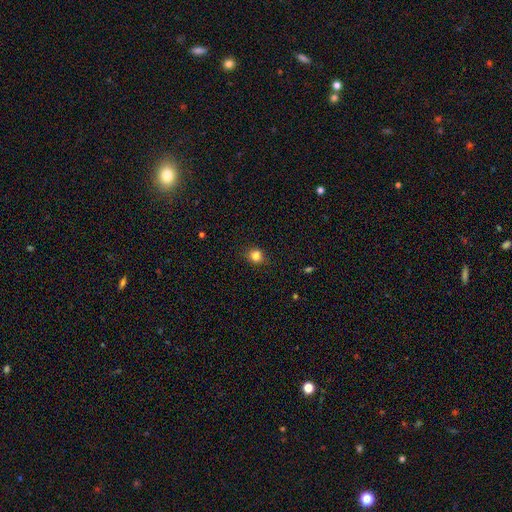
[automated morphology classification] Q: Smooth or featured?
A: smooth (83%); runner-up: star or artifact (12%)
Q: How rounded?
A: round (83%); runner-up: in between (16%)
Q: Merging?
A: none (87%); runner-up: minor disturbance (9%)